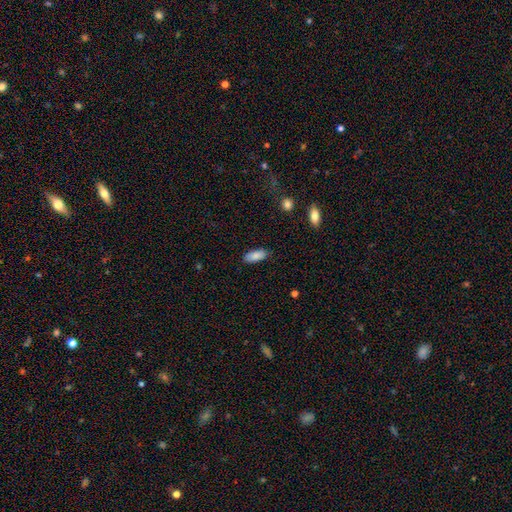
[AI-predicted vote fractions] Q: Smooth or featured?
A: smooth (87%); runner-up: star or artifact (7%)
Q: How rounded?
A: in between (84%); runner-up: cigar-shaped (14%)
Q: Merging?
A: none (86%); runner-up: minor disturbance (10%)